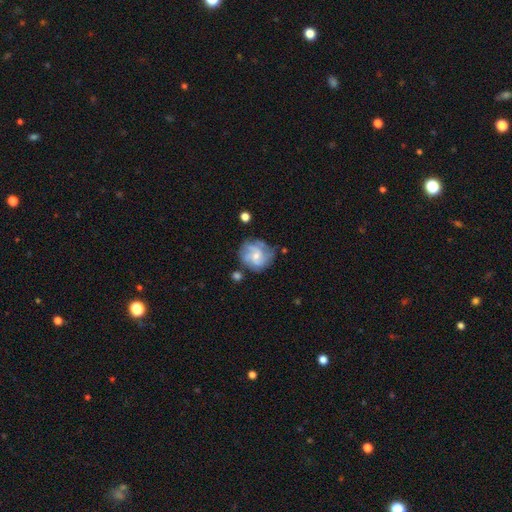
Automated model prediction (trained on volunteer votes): Smooth or featured? Predicted: featured or disk (p=0.70). Edge-on disk? Predicted: no (p=0.98). Bar? Predicted: no (p=0.60). Spiral arms? Predicted: yes (p=0.88). Spiral winding? Predicted: medium (p=0.44). Spiral arm count? Predicted: 3 (p=0.33). Bulge size? Predicted: small (p=0.59). Merging? Predicted: none (p=0.63).